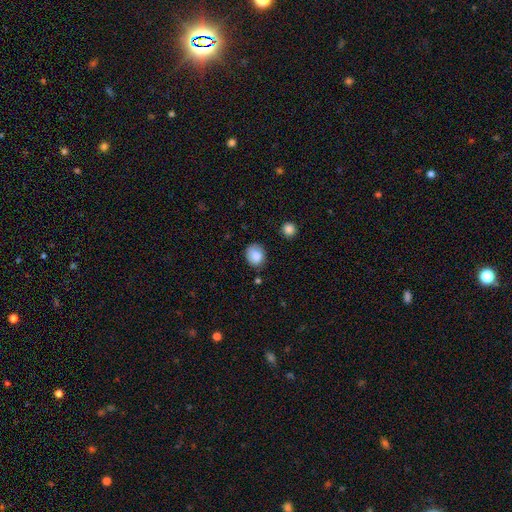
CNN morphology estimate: smooth 85%, star or artifact 8%, featured or disk 7%. Down the decision tree: how rounded — round (65%); merging — none (69%).